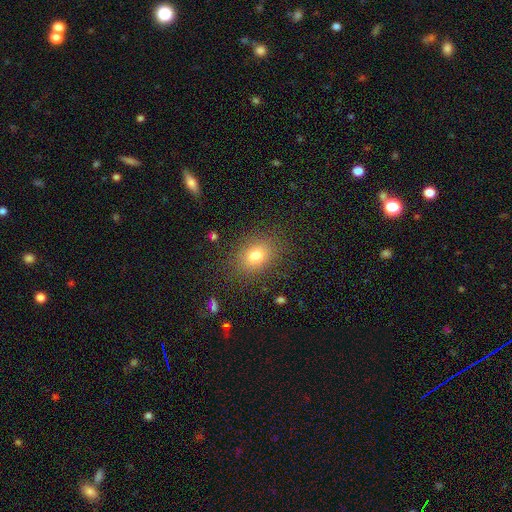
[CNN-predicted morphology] Smooth or featured: smooth — 77% (star or artifact — 12%)
How rounded: in between — 64% (round — 35%)
Merging: none — 84% (minor disturbance — 10%)